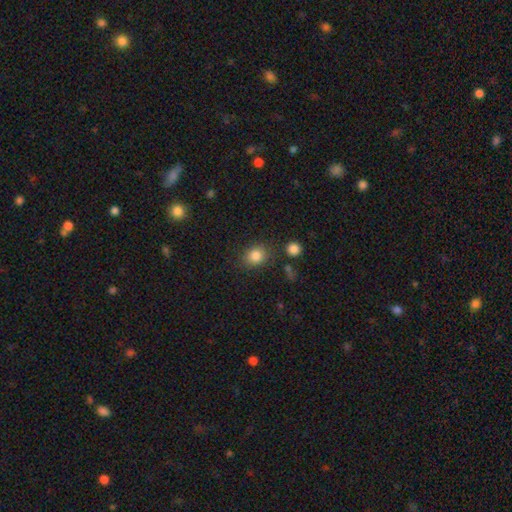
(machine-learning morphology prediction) Smooth or featured? Predicted: smooth (p=0.84). How rounded? Predicted: round (p=0.64). Merging? Predicted: none (p=0.79).